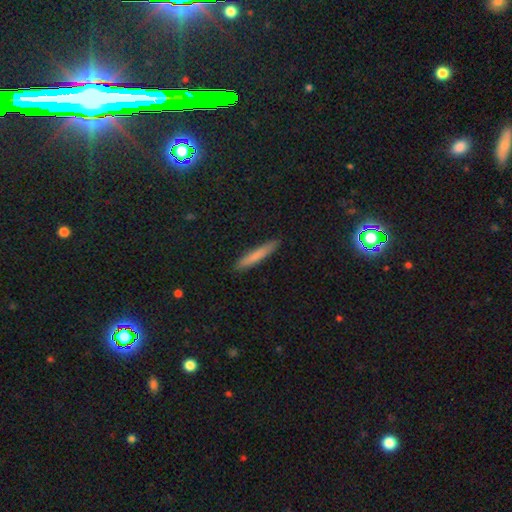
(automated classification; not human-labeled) smooth_or_featured: smooth (p=0.77) [alt: featured or disk p=0.16]
how_rounded: cigar-shaped (p=0.94) [alt: in between p=0.05]
merging: none (p=0.90) [alt: minor disturbance p=0.08]